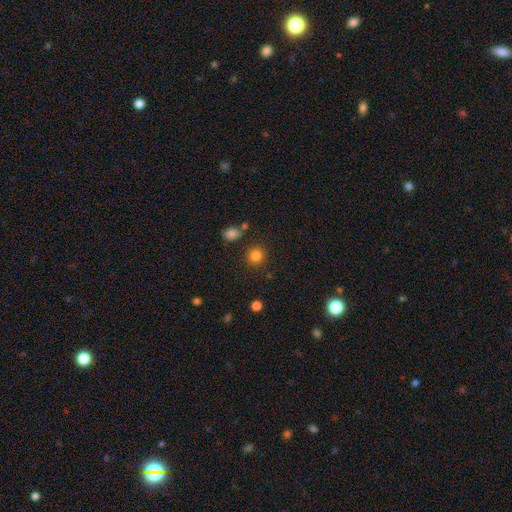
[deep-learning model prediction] Smooth or featured?
  - smooth: 82% *
  - star or artifact: 13%
  - featured or disk: 5%
How rounded?
  - round: 88% *
  - in between: 11%
  - cigar-shaped: 1%
Merging?
  - none: 86% *
  - minor disturbance: 8%
  - merger: 4%
  - major disturbance: 3%